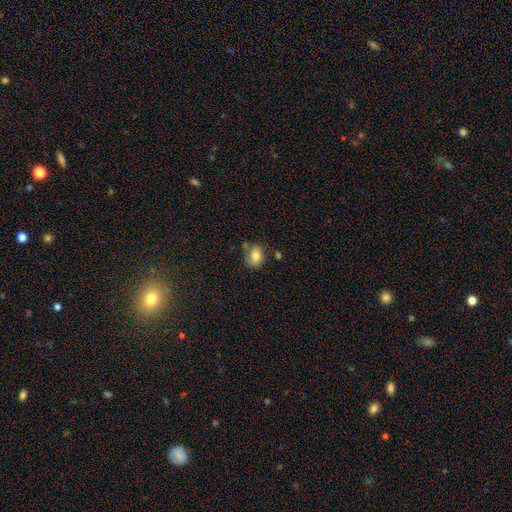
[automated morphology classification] smooth-or-featured: smooth: 79% | featured or disk: 12% | star or artifact: 9%
  how-rounded: in between: 56% | round: 43% | cigar-shaped: 1%
  merging: none: 66% | minor disturbance: 19% | merger: 11% | major disturbance: 4%